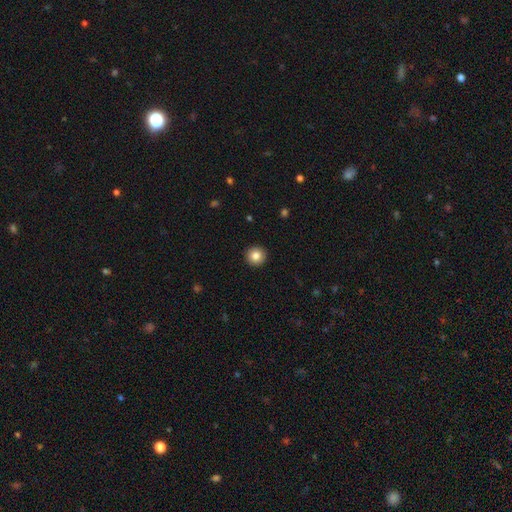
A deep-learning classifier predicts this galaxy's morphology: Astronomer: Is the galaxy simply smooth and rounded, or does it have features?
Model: smooth — 84%.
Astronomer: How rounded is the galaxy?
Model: round — 96%.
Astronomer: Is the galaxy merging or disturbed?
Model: none — 93%.